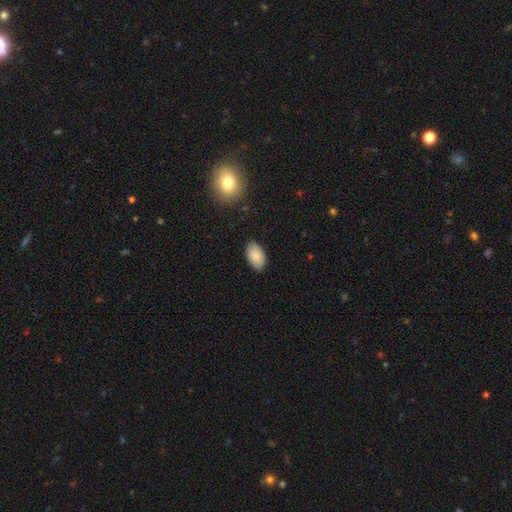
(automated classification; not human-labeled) Q: Smooth or featured?
A: smooth (88%); runner-up: star or artifact (7%)
Q: How rounded?
A: in between (94%); runner-up: round (5%)
Q: Merging?
A: none (86%); runner-up: minor disturbance (11%)